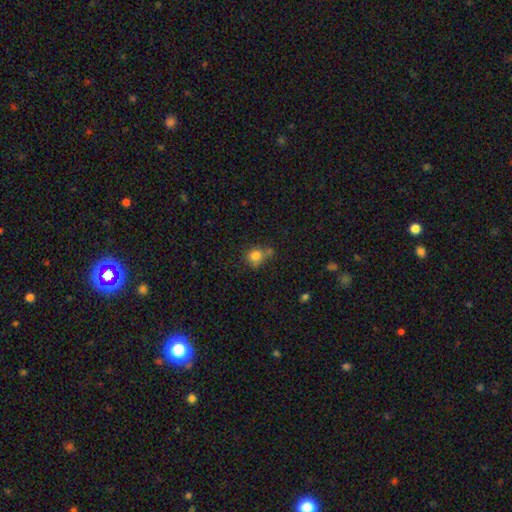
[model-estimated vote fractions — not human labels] smooth 80%, star or artifact 12%, featured or disk 9%. Down the decision tree: how rounded — round (80%); merging — none (52%).